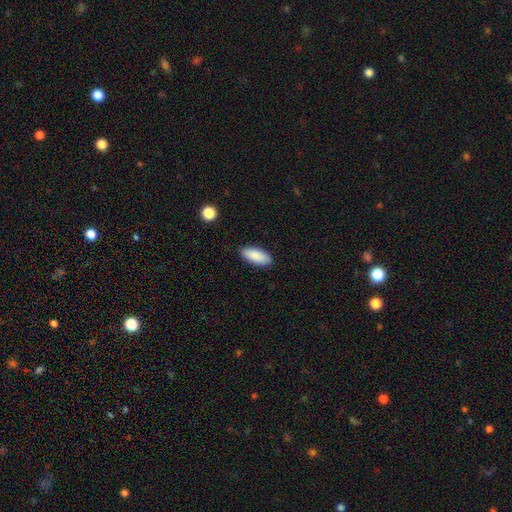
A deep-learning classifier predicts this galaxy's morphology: The model was most divided on "how rounded": in between: 84%, cigar-shaped: 14%, round: 2%. More confident: smooth or featured — smooth (89%); merging — none (87%).